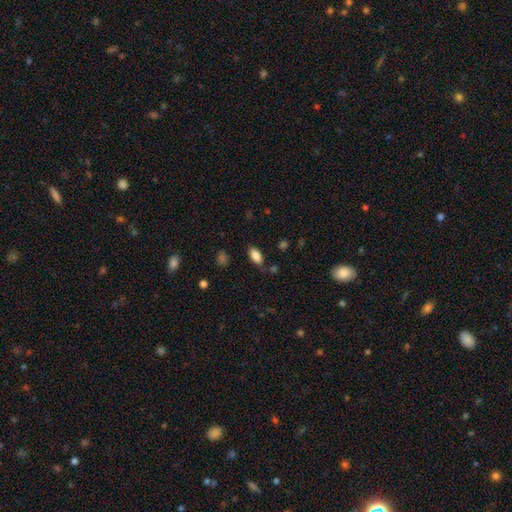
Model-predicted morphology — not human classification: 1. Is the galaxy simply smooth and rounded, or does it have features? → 85% smooth, 8% star or artifact, 7% featured or disk.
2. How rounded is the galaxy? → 92% in between, 6% cigar-shaped, 3% round.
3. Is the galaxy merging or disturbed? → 78% none, 14% minor disturbance, 4% merger, 4% major disturbance.